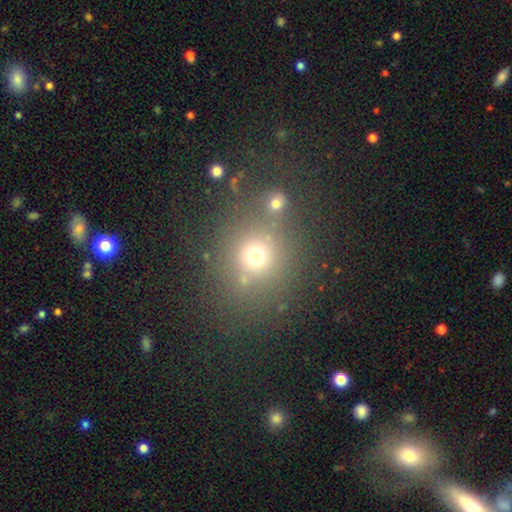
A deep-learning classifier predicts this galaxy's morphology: Smooth or featured? Predicted: smooth (p=0.67). How rounded? Predicted: round (p=0.87). Merging? Predicted: none (p=0.66).